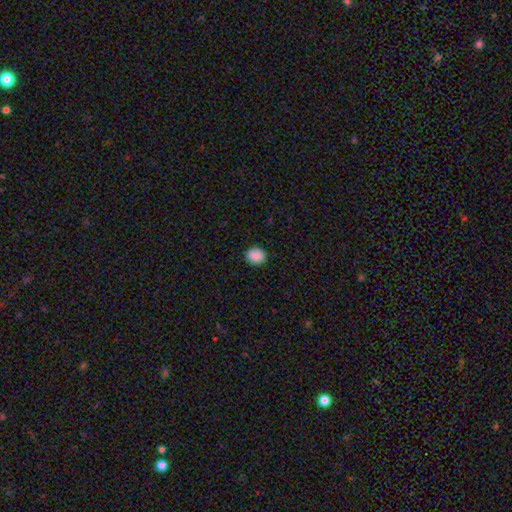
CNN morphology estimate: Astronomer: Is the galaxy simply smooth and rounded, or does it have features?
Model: smooth — 89%.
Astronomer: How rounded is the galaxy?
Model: round — 63%.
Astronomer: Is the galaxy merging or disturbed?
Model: none — 90%.